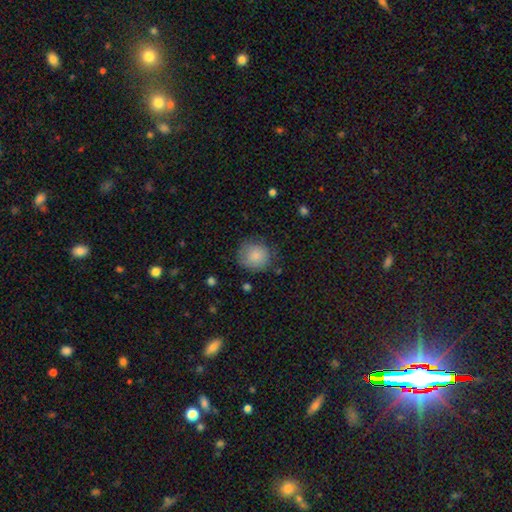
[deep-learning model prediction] Smooth or featured: smooth — 84% (featured or disk — 8%)
How rounded: round — 88% (in between — 11%)
Merging: none — 74% (minor disturbance — 18%)